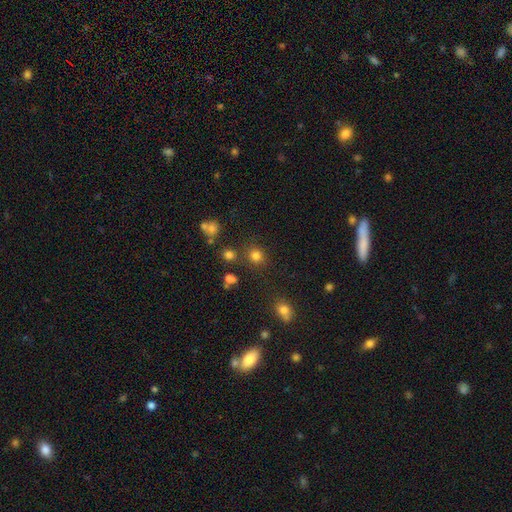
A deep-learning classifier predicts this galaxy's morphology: A smooth galaxy with no disk features (78%) that is round (87%).

Vote fractions:
- Smooth or featured? smooth: 78% / star or artifact: 16% / featured or disk: 6%
- How rounded? round: 87% / in between: 12% / cigar-shaped: 1%
- Merging? none: 80% / minor disturbance: 9% / merger: 7% / major disturbance: 4%